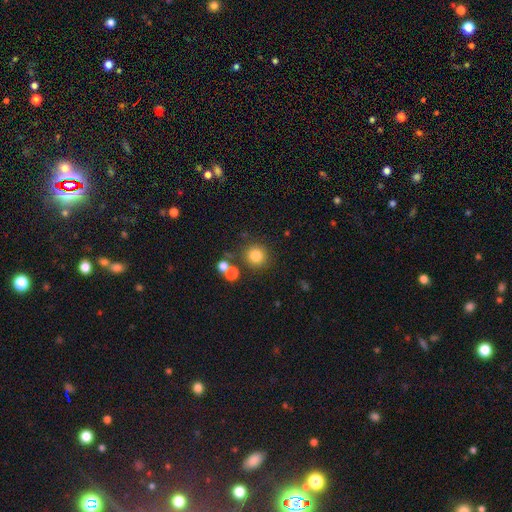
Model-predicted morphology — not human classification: type=smooth (81%); roundness=round (93%); merging=none (81%).